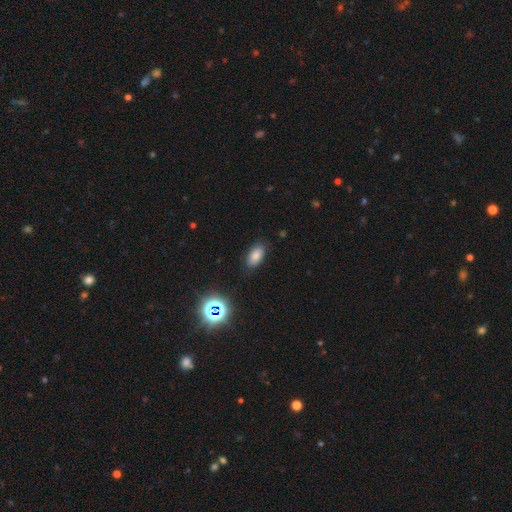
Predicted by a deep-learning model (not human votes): A smooth galaxy with no disk features (79%) that is in between round and cigar-shaped (92%).

Vote fractions:
- Smooth or featured? smooth: 79% / star or artifact: 14% / featured or disk: 7%
- How rounded? in between: 92% / round: 4% / cigar-shaped: 4%
- Merging? none: 85% / minor disturbance: 11% / major disturbance: 3% / merger: 1%